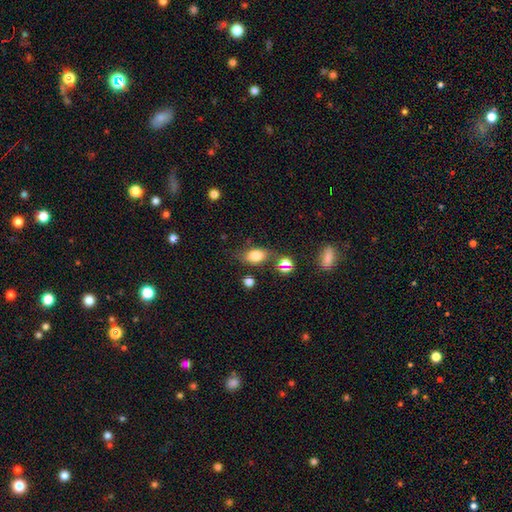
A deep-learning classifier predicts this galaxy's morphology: Smooth or featured? Predicted: smooth (p=0.78). How rounded? Predicted: in between (p=0.82). Merging? Predicted: none (p=0.68).